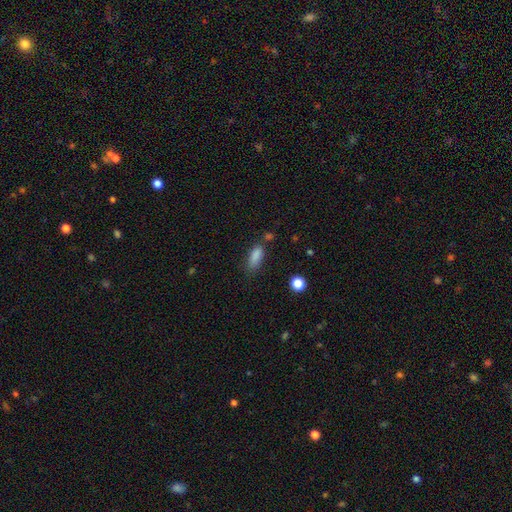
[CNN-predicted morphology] A smooth galaxy with no disk features (85%) that is in between round and cigar-shaped (74%). Merging: none (64%).